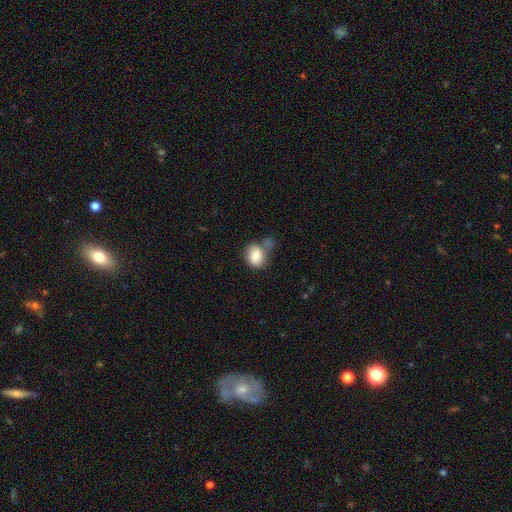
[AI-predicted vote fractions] smooth-or-featured: smooth: 83% | featured or disk: 9% | star or artifact: 8%
  how-rounded: in between: 57% | round: 41% | cigar-shaped: 1%
  merging: none: 42% | merger: 26% | minor disturbance: 22% | major disturbance: 10%